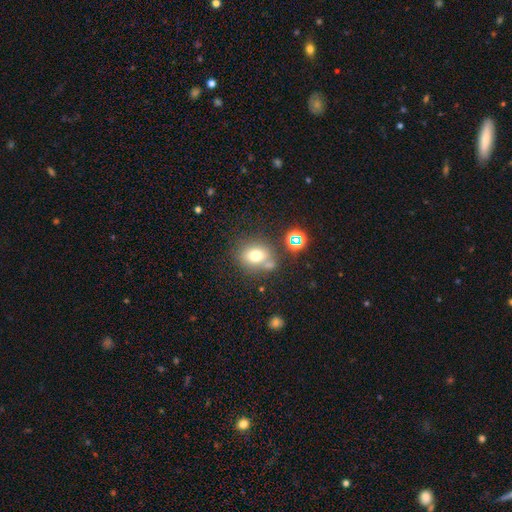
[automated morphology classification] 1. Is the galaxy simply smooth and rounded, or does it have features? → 70% smooth, 16% star or artifact, 14% featured or disk.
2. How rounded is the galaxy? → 58% round, 41% in between, 1% cigar-shaped.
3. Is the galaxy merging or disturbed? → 60% none, 18% merger, 16% minor disturbance, 6% major disturbance.